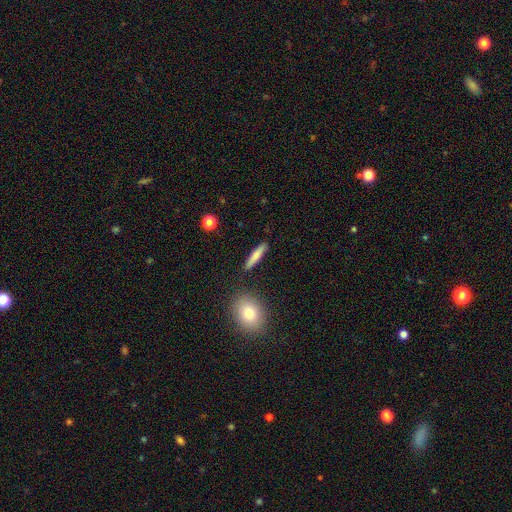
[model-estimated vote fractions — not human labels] Smooth or featured? smooth (74%)
How rounded? cigar-shaped (87%)
Merging? none (88%)